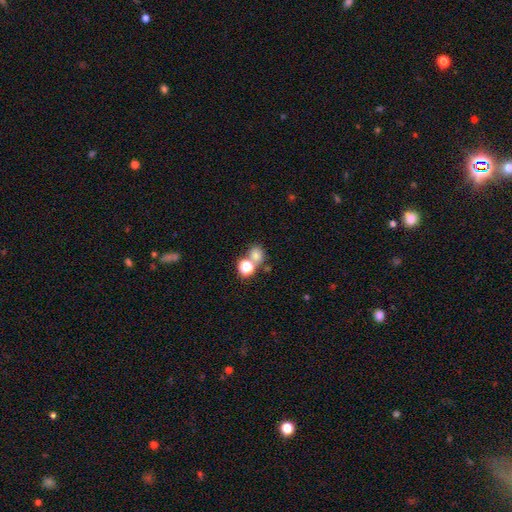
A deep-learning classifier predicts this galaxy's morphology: Smooth or featured? smooth (71%)
How rounded? round (71%)
Merging? none (57%)